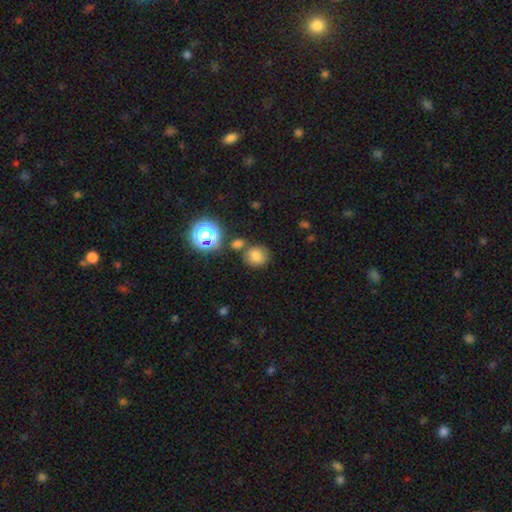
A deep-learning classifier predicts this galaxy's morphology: Smooth or featured: smooth — 76% (star or artifact — 17%)
How rounded: round — 80% (in between — 19%)
Merging: none — 69% (merger — 15%)